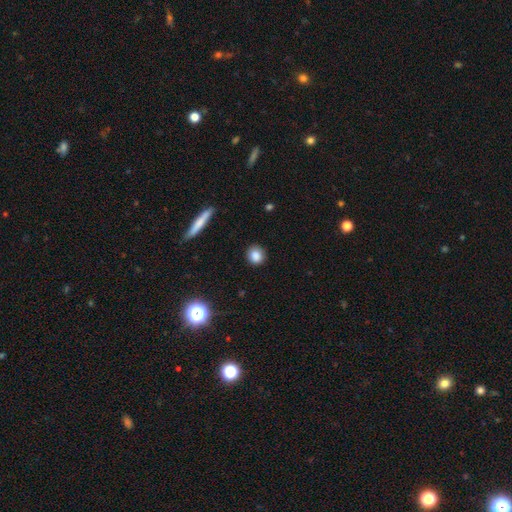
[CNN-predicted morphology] smooth_or_featured: smooth (p=0.85) [alt: star or artifact p=0.10]
how_rounded: round (p=0.84) [alt: in between p=0.15]
merging: none (p=0.88) [alt: minor disturbance p=0.08]